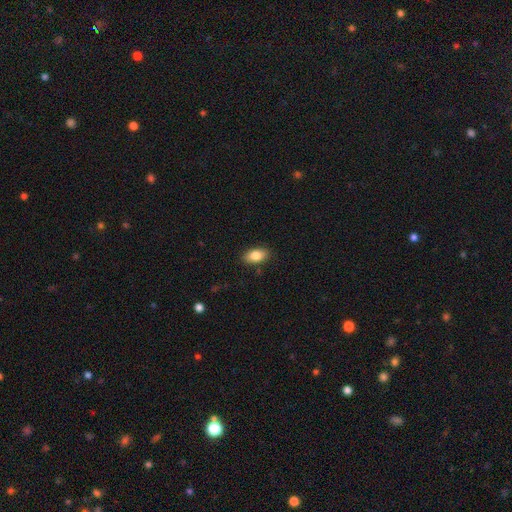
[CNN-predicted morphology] Smooth or featured?
  - smooth: 84% *
  - featured or disk: 8%
  - star or artifact: 8%
How rounded?
  - in between: 90% *
  - round: 8%
  - cigar-shaped: 3%
Merging?
  - none: 87% *
  - minor disturbance: 10%
  - major disturbance: 2%
  - merger: 1%